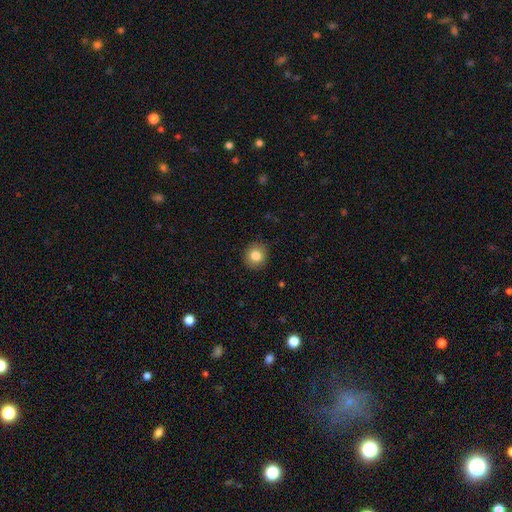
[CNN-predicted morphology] Smooth or featured: smooth — 83% (star or artifact — 9%)
How rounded: round — 87% (in between — 12%)
Merging: none — 89% (minor disturbance — 8%)